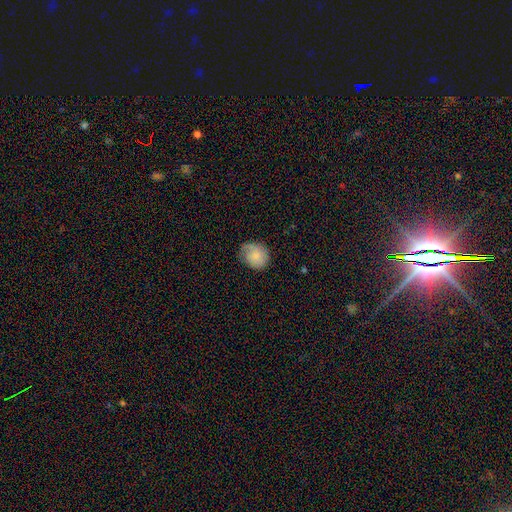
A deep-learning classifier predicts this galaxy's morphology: Smooth or featured? Predicted: smooth (p=0.68). How rounded? Predicted: round (p=0.65). Merging? Predicted: none (p=0.63).